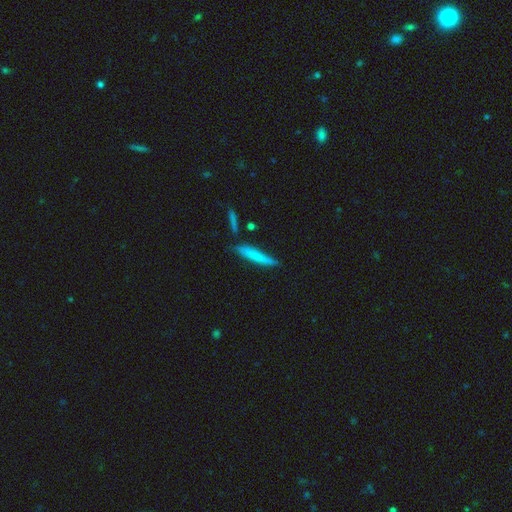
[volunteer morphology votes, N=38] Smooth or featured? smooth (68%)
How rounded? cigar-shaped (96%)
Merging? none (60%)